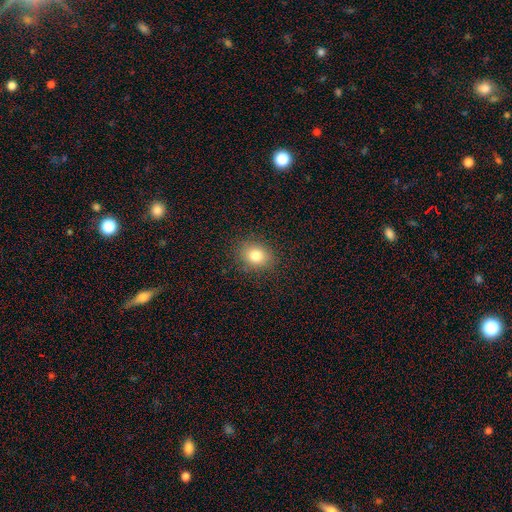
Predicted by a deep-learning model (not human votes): Smooth or featured? smooth (80%)
How rounded? round (50%)
Merging? none (87%)